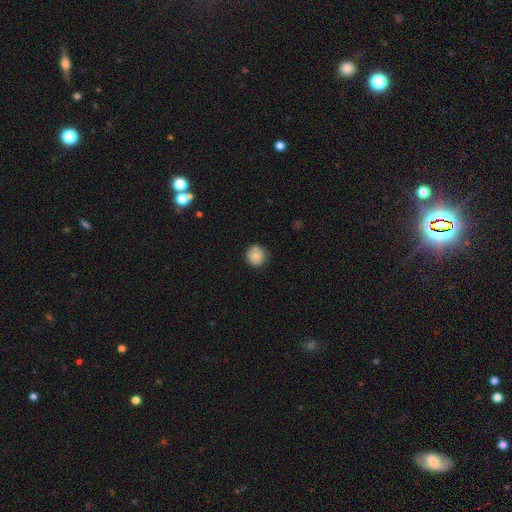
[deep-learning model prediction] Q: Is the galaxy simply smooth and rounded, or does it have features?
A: smooth — 79%.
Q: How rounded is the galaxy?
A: round — 90%.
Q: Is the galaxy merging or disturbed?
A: none — 76%.